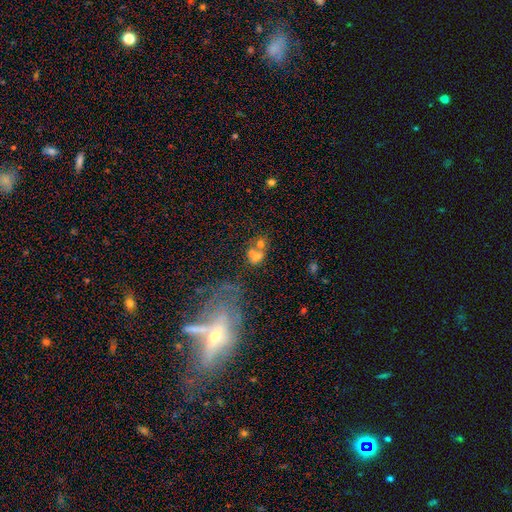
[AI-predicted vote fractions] This appears to be a smooth galaxy with no disk features (56%) that is round (54%). Merging: merger (54%).